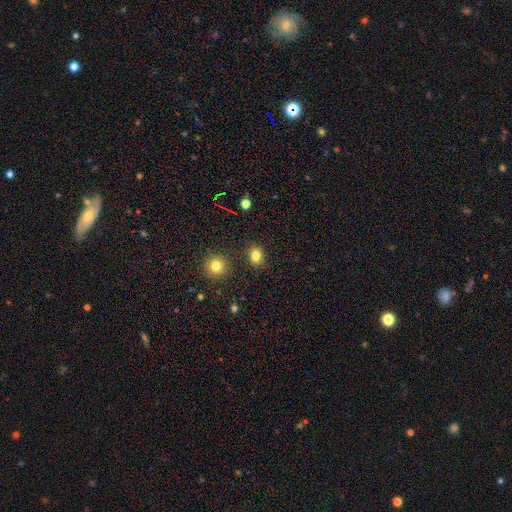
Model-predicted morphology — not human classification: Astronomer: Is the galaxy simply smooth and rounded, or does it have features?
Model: smooth — 80%.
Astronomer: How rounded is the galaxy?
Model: round — 55% (runner-up: in between, 44%).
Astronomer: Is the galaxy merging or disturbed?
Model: none — 85%.